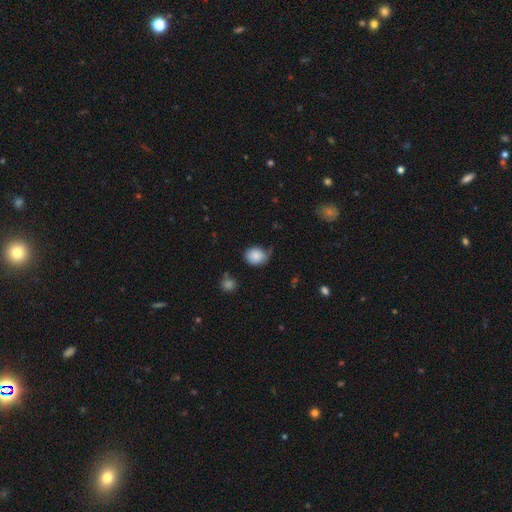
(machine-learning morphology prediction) Smooth or featured? smooth (84%)
How rounded? round (60%)
Merging? none (56%)